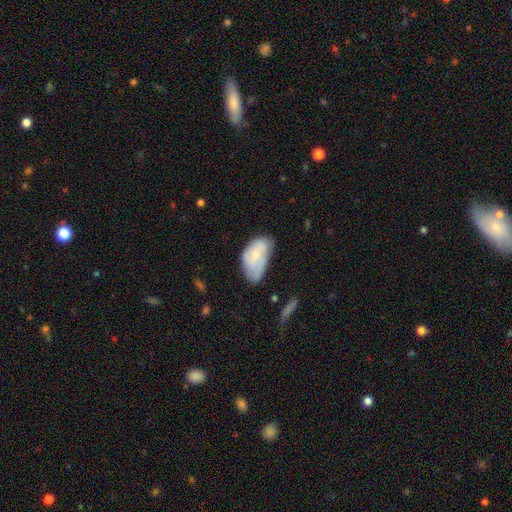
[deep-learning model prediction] The model was most divided on "merging": minor disturbance: 41%, none: 36%, major disturbance: 18%, merger: 5%. More confident: how rounded — in between (94%); smooth or featured — smooth (58%).